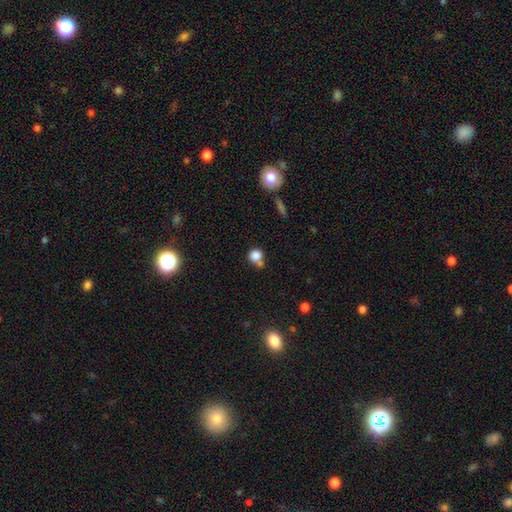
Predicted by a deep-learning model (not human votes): Q: Smooth or featured?
A: smooth (82%); runner-up: star or artifact (12%)
Q: How rounded?
A: round (85%); runner-up: in between (14%)
Q: Merging?
A: none (49%); runner-up: merger (27%)